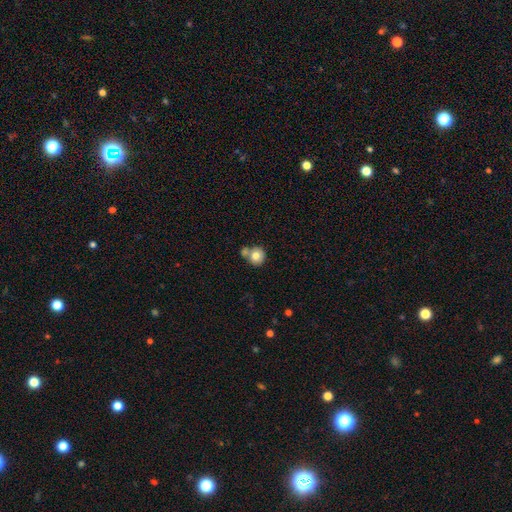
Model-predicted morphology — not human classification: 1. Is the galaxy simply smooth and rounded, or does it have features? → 77% smooth, 14% featured or disk, 9% star or artifact.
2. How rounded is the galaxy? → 88% round, 11% in between, 1% cigar-shaped.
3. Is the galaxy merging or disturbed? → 50% none, 36% merger, 10% minor disturbance, 3% major disturbance.